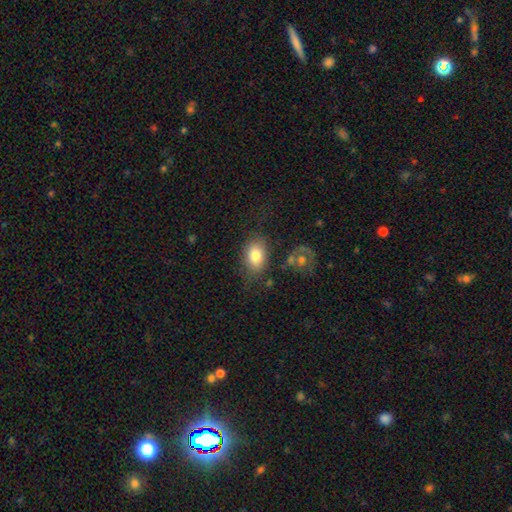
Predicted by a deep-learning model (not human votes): smooth_or_featured: smooth (p=0.80) [alt: featured or disk p=0.12]
how_rounded: in between (p=0.81) [alt: round p=0.18]
merging: none (p=0.72) [alt: minor disturbance p=0.17]